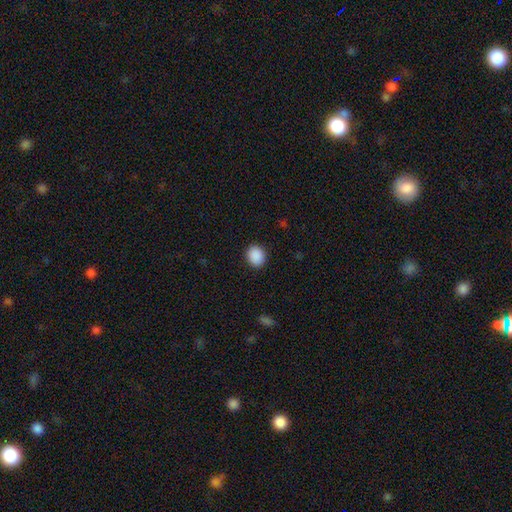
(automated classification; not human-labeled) Smooth or featured? smooth (90%)
How rounded? round (65%)
Merging? none (91%)